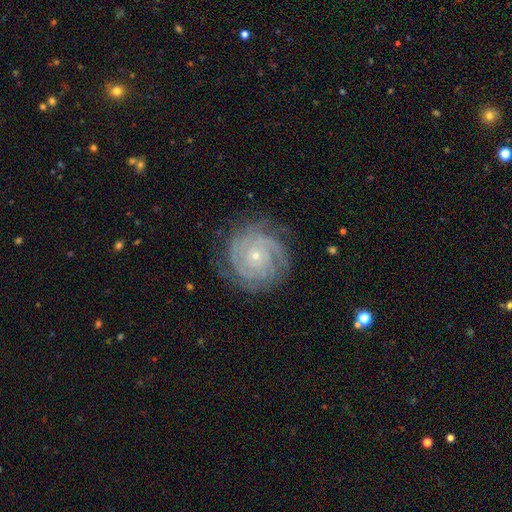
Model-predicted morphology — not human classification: featured or disk 88%, star or artifact 7%, smooth 6%. Down the decision tree: edge-on disk — no (98%); bar — no (82%); spiral arms — yes (98%); spiral arm count — 4 (26%); spiral winding — tight (83%); bulge size — small (82%); merging — none (80%).